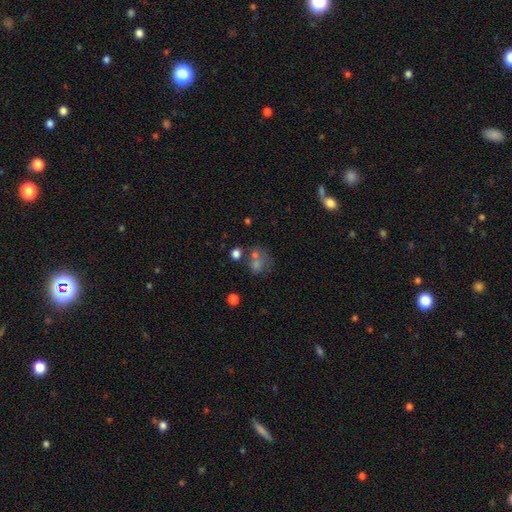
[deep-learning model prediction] Smooth or featured: smooth — 51% (star or artifact — 28%)
How rounded: round — 65% (in between — 33%)
Merging: none — 44% (merger — 31%)